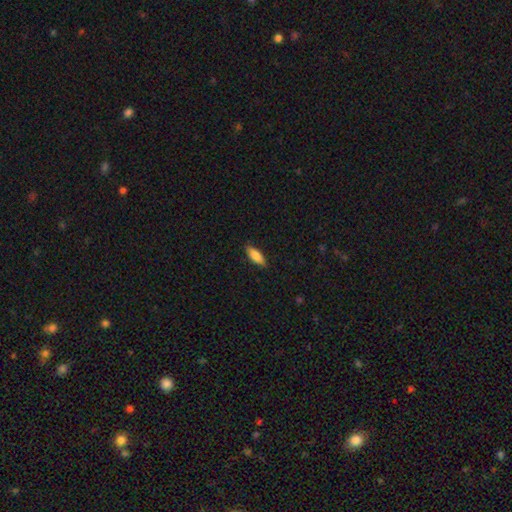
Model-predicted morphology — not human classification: Smooth or featured: smooth — 79% (featured or disk — 15%)
How rounded: in between — 65% (cigar-shaped — 33%)
Merging: none — 85% (minor disturbance — 12%)